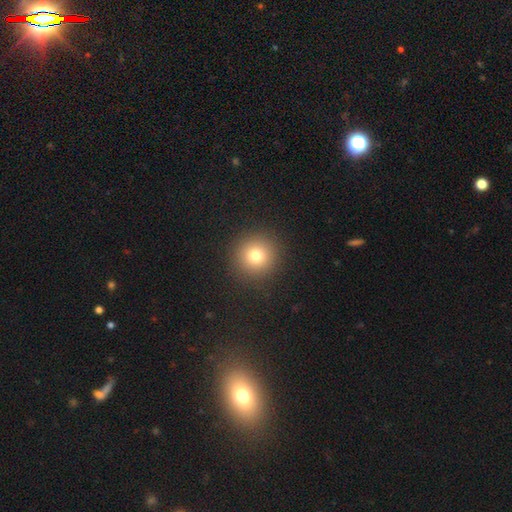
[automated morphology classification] This is likely a smooth galaxy (78%). How rounded: clearly round (94%). Merging: clearly none (91%).